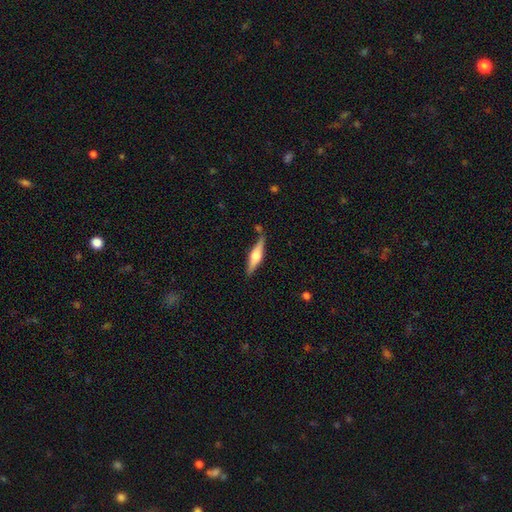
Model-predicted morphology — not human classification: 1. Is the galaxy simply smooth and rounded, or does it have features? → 62% featured or disk, 32% smooth, 6% star or artifact.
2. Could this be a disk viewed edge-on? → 96% yes, 4% no.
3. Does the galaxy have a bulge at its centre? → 87% rounded, 10% boxy, 3% none.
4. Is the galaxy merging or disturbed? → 83% none, 11% minor disturbance, 4% merger, 2% major disturbance.